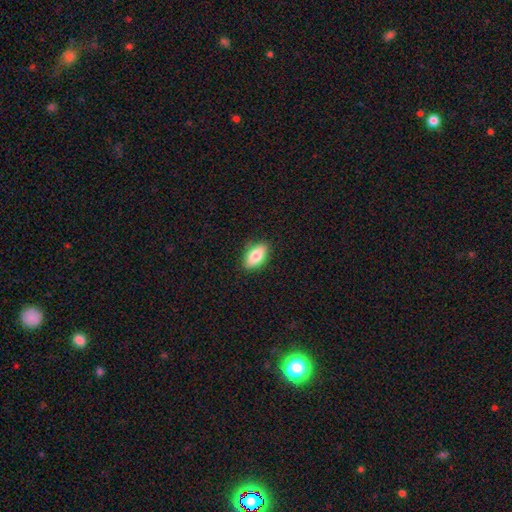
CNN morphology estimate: smooth-or-featured: smooth: 80% | featured or disk: 13% | star or artifact: 7%
  how-rounded: in between: 88% | cigar-shaped: 7% | round: 5%
  merging: none: 86% | minor disturbance: 11% | major disturbance: 2% | merger: 1%